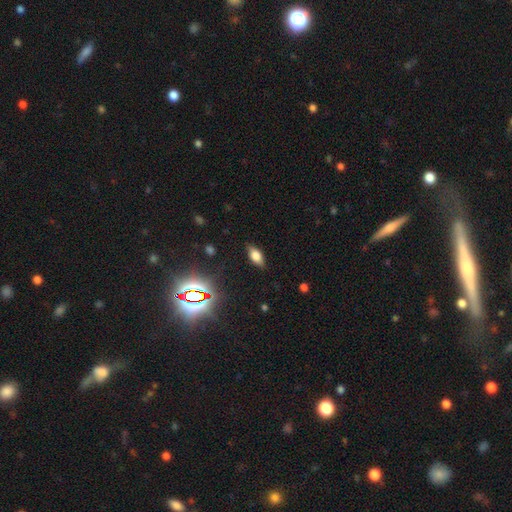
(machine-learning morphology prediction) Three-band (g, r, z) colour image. It shows a smooth galaxy with no disk features (67%) that is in between round and cigar-shaped (84%). Merging: none (85%).